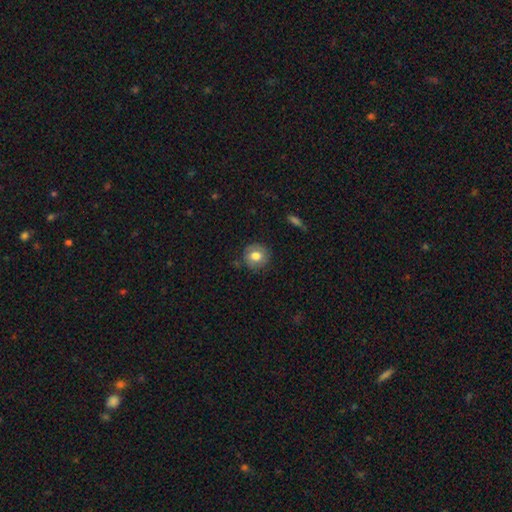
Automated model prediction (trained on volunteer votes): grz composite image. It shows a smooth galaxy with no disk features (73%) that is round (88%). Merging: none (83%).